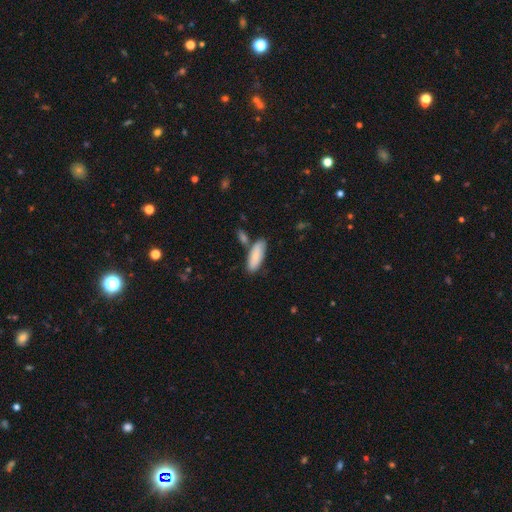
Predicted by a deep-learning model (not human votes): smooth_or_featured: smooth (p=0.80) [alt: featured or disk p=0.15]
how_rounded: in between (p=0.69) [alt: cigar-shaped p=0.29]
merging: none (p=0.68) [alt: merger p=0.15]